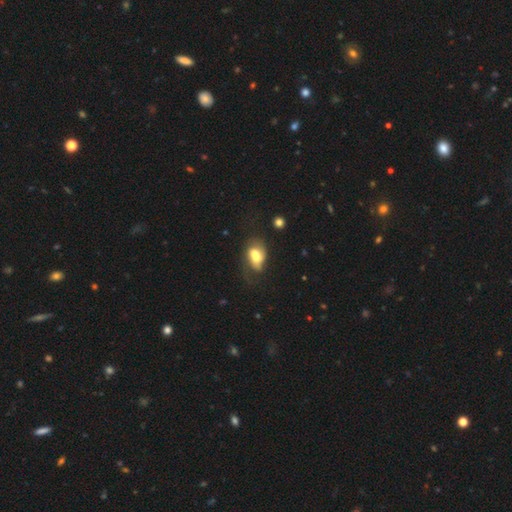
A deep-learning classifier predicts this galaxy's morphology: A smooth galaxy with no disk features (56%) that is in between round and cigar-shaped (86%).

Vote fractions:
- Smooth or featured? smooth: 56% / featured or disk: 35% / star or artifact: 9%
- How rounded? in between: 86% / round: 10% / cigar-shaped: 4%
- Merging? none: 35% / minor disturbance: 27% / major disturbance: 23% / merger: 15%